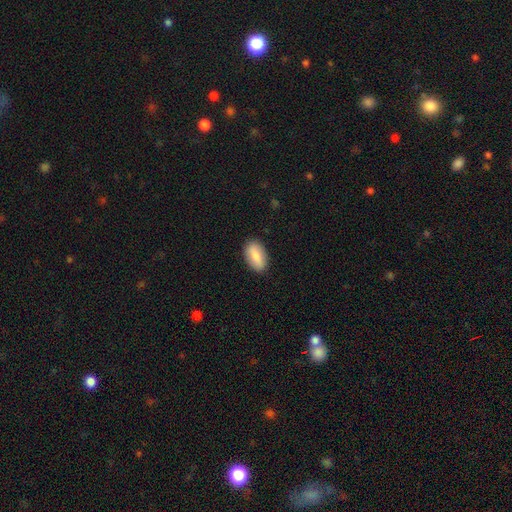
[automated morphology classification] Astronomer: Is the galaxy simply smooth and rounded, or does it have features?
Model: smooth — 79%.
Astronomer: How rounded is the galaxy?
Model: in between — 92%.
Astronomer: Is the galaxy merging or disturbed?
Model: none — 87%.